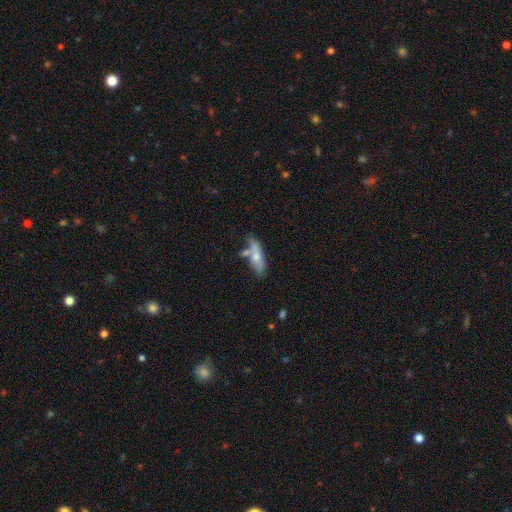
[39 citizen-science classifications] A smooth galaxy with no disk features (69%) that is in between round and cigar-shaped (52%). Merging: merger (32%).